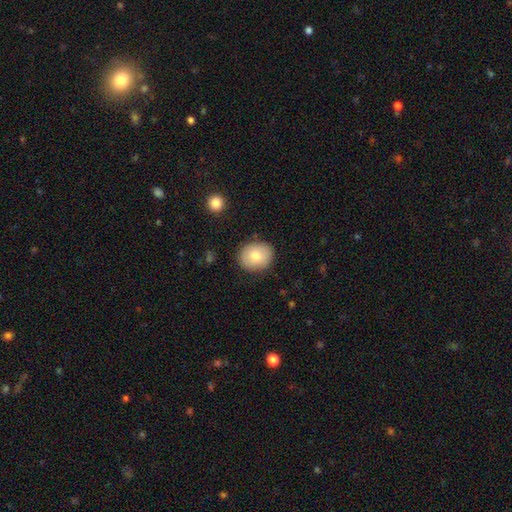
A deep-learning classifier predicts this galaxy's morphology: Smooth or featured?
  - smooth: 77% *
  - featured or disk: 15%
  - star or artifact: 8%
How rounded?
  - round: 58% *
  - in between: 41%
  - cigar-shaped: 1%
Merging?
  - none: 86% *
  - minor disturbance: 10%
  - major disturbance: 2%
  - merger: 1%